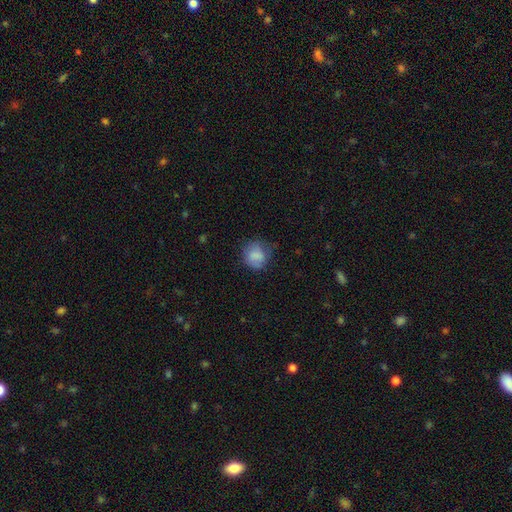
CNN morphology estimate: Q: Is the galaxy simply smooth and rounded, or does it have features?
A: smooth — 79%.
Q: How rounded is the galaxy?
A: round — 79%.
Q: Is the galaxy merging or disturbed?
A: none — 61%.